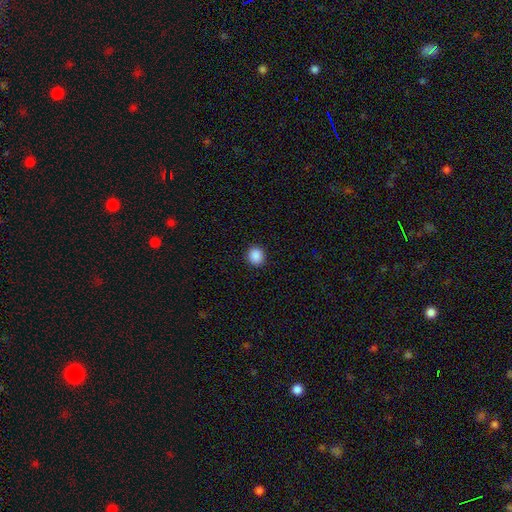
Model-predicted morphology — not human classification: Overall: smooth (89%). How rounded: round (84%). Merging: none (92%).